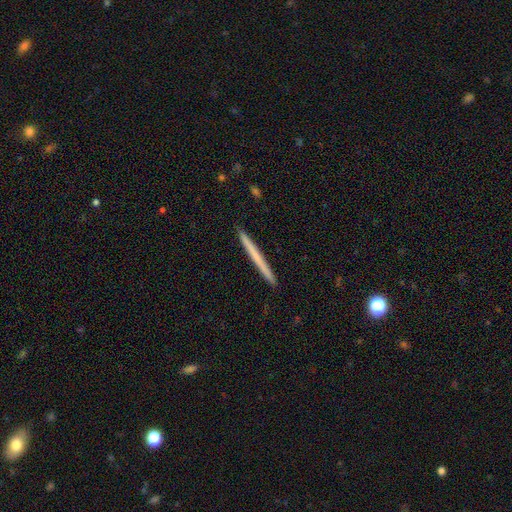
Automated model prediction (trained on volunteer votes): Smooth or featured?
  - smooth: 55% *
  - featured or disk: 40%
  - star or artifact: 5%
How rounded?
  - cigar-shaped: 98% *
  - in between: 1%
  - round: 1%
Merging?
  - none: 93% *
  - minor disturbance: 4%
  - major disturbance: 1%
  - merger: 1%